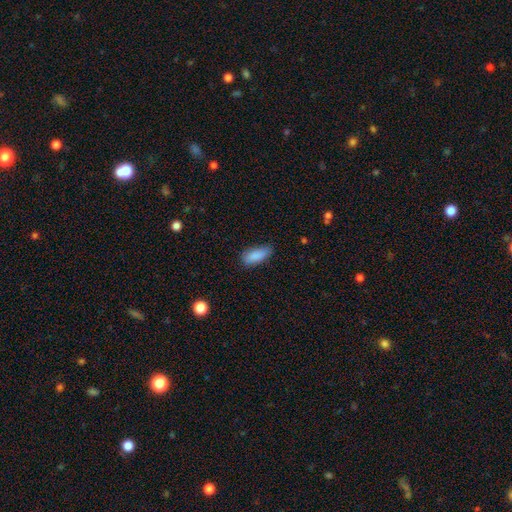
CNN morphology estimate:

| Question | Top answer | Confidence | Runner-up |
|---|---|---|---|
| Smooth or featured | smooth | 88% | star or artifact (7%) |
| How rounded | in between | 80% | cigar-shaped (18%) |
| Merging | none | 74% | minor disturbance (21%) |